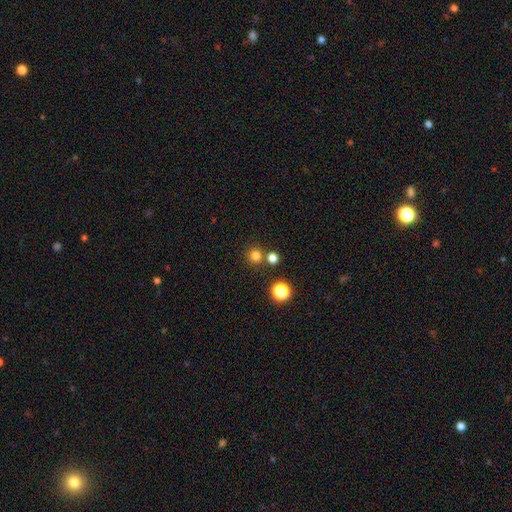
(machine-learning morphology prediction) Smooth or featured? Predicted: smooth (p=0.77). How rounded? Predicted: round (p=0.93). Merging? Predicted: none (p=0.75).